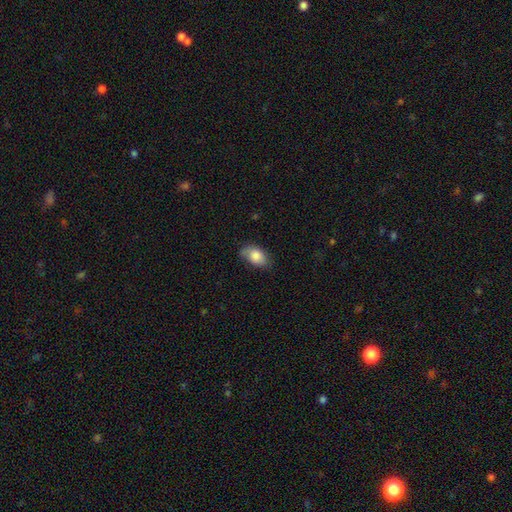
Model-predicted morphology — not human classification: This is clearly a smooth galaxy (82%). How rounded: clearly in between (90%). Merging: likely none (66%).